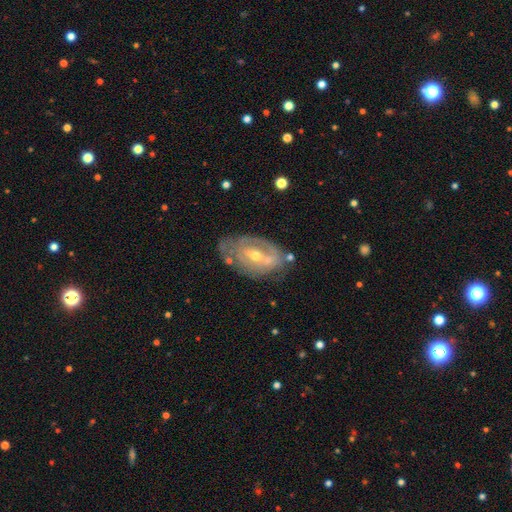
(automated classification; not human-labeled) Morphology: type=featured or disk (78%); edge-on=no (93%); bar=weak (41%); spiral arms=yes (68%); bulge=small (50%); merging=none (58%).